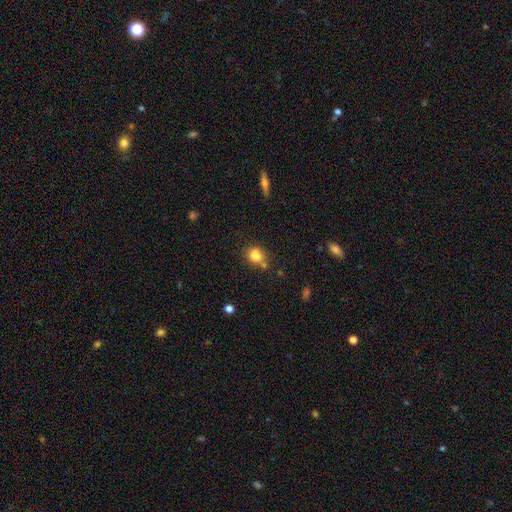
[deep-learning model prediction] This is clearly a smooth galaxy (81%). How rounded: likely round (68%). Merging: likely none (61%).